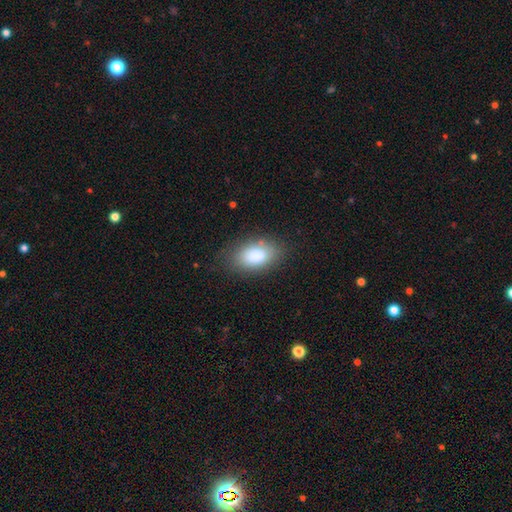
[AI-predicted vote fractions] This appears to be a smooth galaxy with no disk features (85%) that is in between round and cigar-shaped (90%). Merging: none (76%).